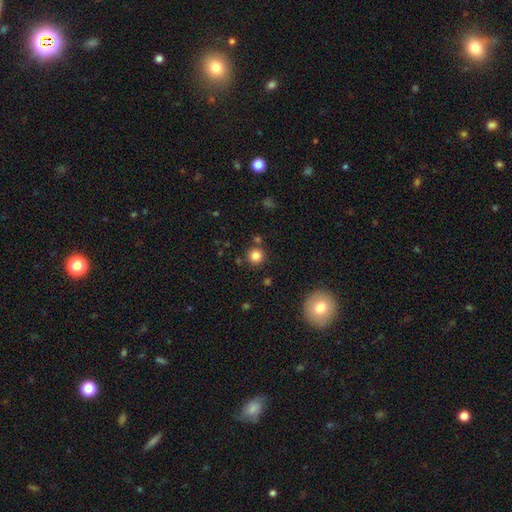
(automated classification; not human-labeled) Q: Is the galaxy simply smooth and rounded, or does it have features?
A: smooth — 83%.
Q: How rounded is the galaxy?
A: round — 94%.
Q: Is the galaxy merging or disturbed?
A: none — 83%.